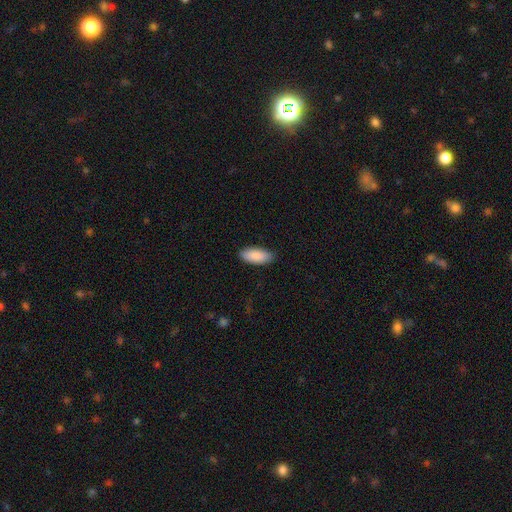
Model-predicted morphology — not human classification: Q: Smooth or featured?
A: smooth (89%); runner-up: star or artifact (5%)
Q: How rounded?
A: in between (86%); runner-up: cigar-shaped (13%)
Q: Merging?
A: none (88%); runner-up: minor disturbance (10%)